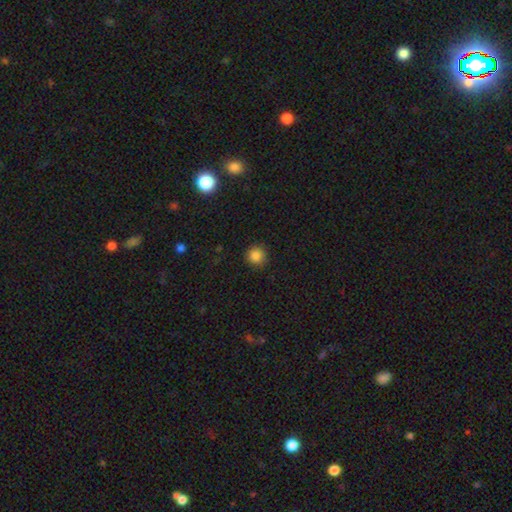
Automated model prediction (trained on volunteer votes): A smooth galaxy with no disk features (85%) that is round (94%).

Vote fractions:
- Smooth or featured? smooth: 85% / star or artifact: 11% / featured or disk: 4%
- How rounded? round: 94% / in between: 5% / cigar-shaped: 1%
- Merging? none: 90% / minor disturbance: 7% / major disturbance: 2% / merger: 1%